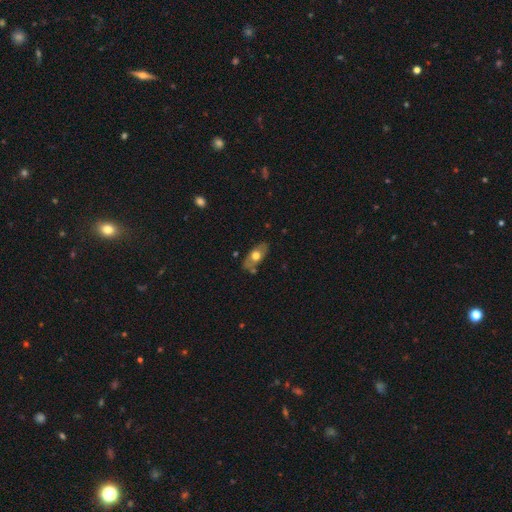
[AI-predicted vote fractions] This appears to be a smooth galaxy with no disk features (57%) that is in between round and cigar-shaped (86%). Merging: none (70%).